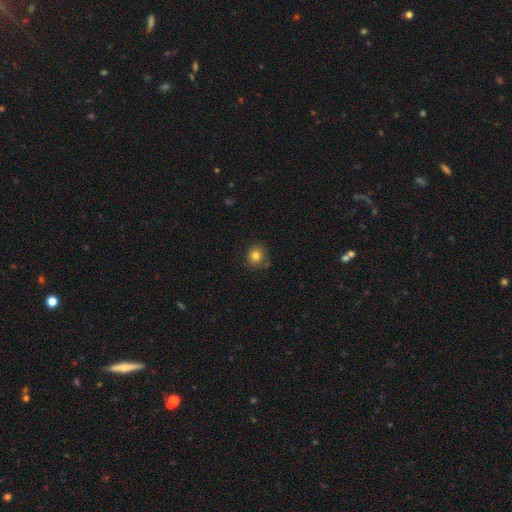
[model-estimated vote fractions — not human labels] smooth_or_featured: smooth (p=0.81) [alt: star or artifact p=0.12]
how_rounded: round (p=0.91) [alt: in between p=0.09]
merging: none (p=0.83) [alt: minor disturbance p=0.12]